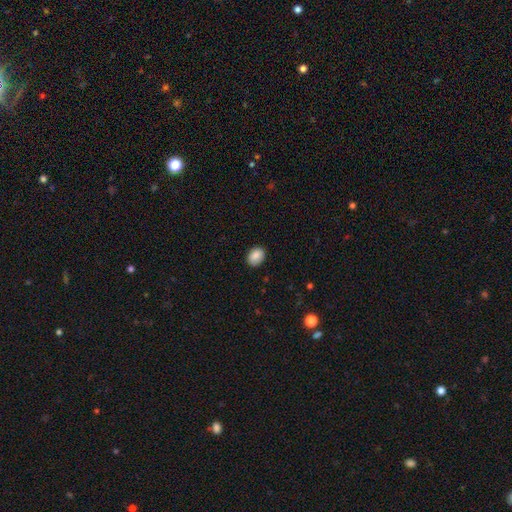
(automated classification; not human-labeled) smooth-or-featured: smooth: 88% | star or artifact: 7% | featured or disk: 5%
  how-rounded: in between: 72% | round: 27% | cigar-shaped: 1%
  merging: none: 87% | minor disturbance: 10% | major disturbance: 2% | merger: 1%